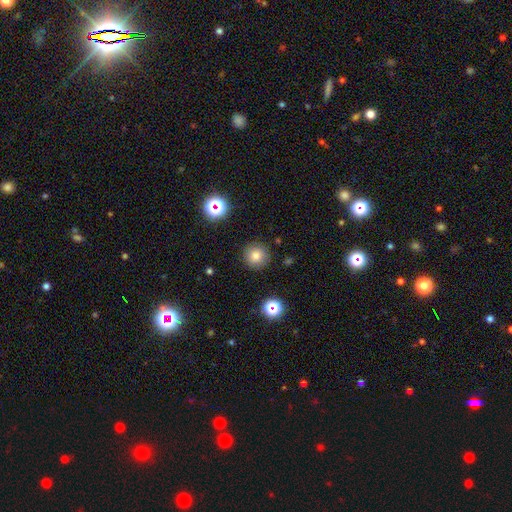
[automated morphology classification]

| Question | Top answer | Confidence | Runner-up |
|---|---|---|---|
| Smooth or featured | smooth | 78% | star or artifact (14%) |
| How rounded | round | 95% | in between (5%) |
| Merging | none | 88% | minor disturbance (7%) |